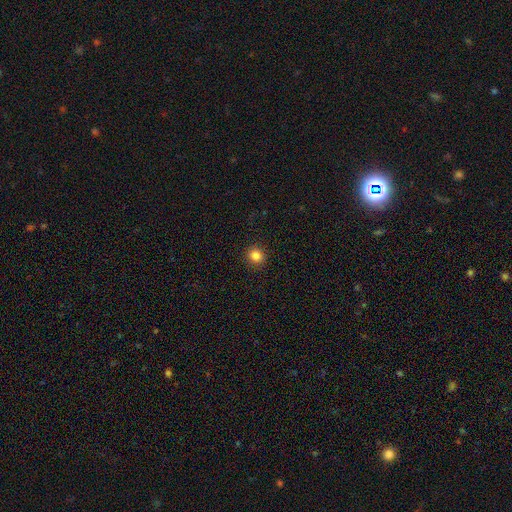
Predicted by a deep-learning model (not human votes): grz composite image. It shows a smooth galaxy with no disk features (84%) that is round (85%). Merging: none (91%).